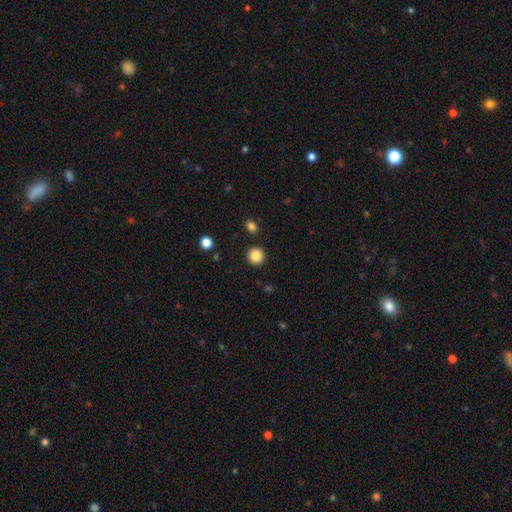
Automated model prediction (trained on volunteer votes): Overall: smooth (87%). How rounded: round (94%). Merging: none (91%).